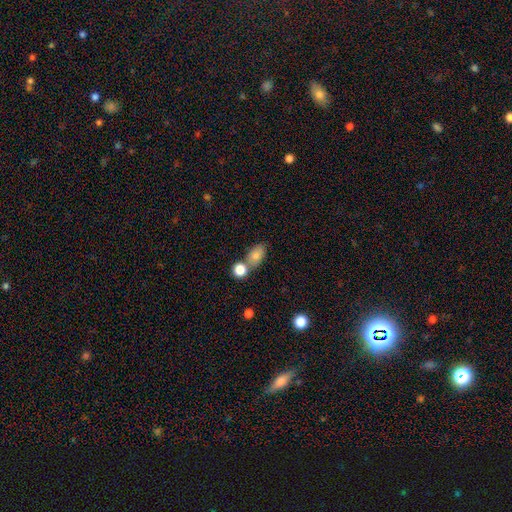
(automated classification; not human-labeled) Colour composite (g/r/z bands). It shows a smooth galaxy with no disk features (80%) that is in between round and cigar-shaped (80%). Merging: none (55%).